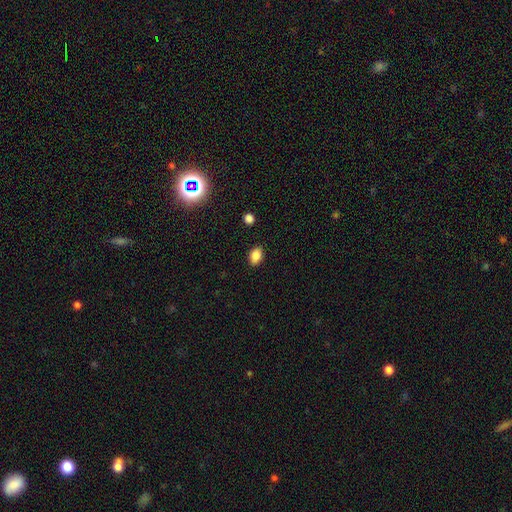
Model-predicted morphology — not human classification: smooth 87%, star or artifact 9%, featured or disk 4%. Down the decision tree: how rounded — in between (82%); merging — none (87%).